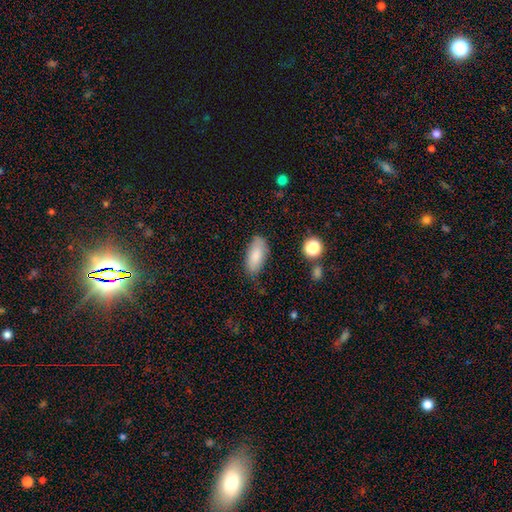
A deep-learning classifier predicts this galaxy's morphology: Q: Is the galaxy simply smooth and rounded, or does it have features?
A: smooth — 84%.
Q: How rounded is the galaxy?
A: in between — 86%.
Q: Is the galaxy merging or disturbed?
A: none — 77%.